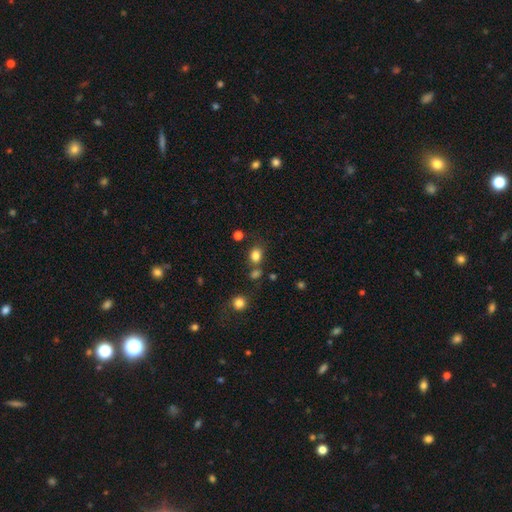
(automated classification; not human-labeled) smooth-or-featured: smooth: 81% | star or artifact: 13% | featured or disk: 6%
  how-rounded: round: 57% | in between: 42% | cigar-shaped: 1%
  merging: none: 68% | merger: 14% | minor disturbance: 13% | major disturbance: 5%